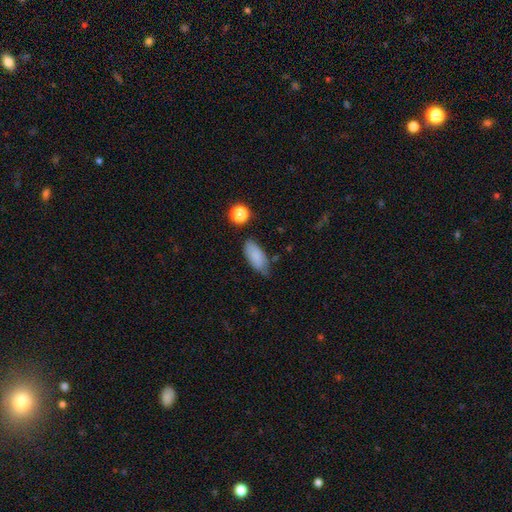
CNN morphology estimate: Overall: smooth (84%). How rounded: in between (87%). Merging: none (61%; minor disturbance 30%).